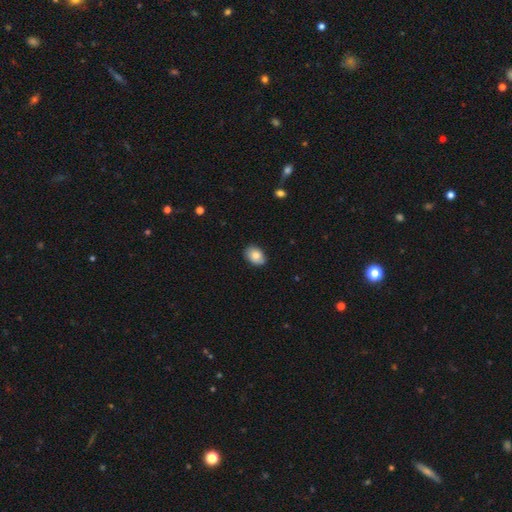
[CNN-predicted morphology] Smooth or featured? smooth (84%)
How rounded? in between (81%)
Merging? none (84%)